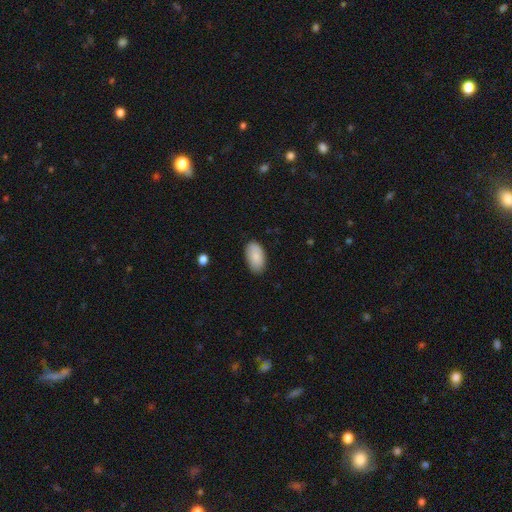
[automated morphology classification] The model was most divided on "merging": none: 83%, minor disturbance: 13%, major disturbance: 2%, merger: 1%. More confident: how rounded — in between (95%); smooth or featured — smooth (87%).